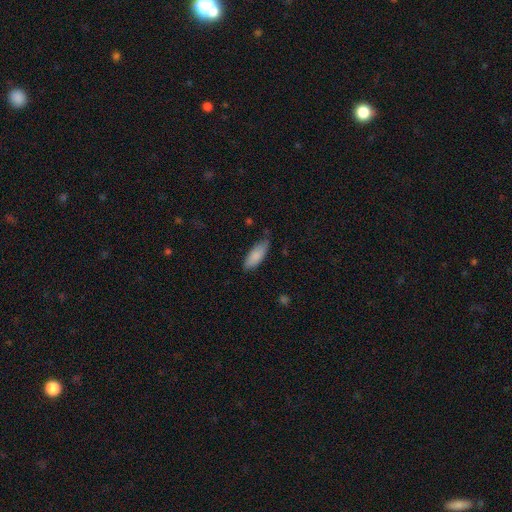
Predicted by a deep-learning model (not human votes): smooth 85%, featured or disk 9%, star or artifact 6%. Down the decision tree: how rounded — in between (70%); merging — none (72%).